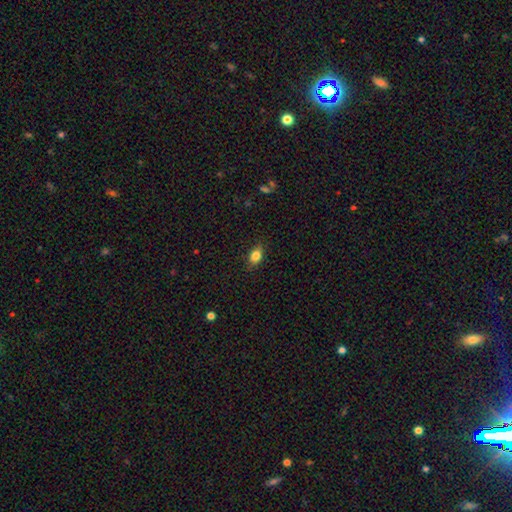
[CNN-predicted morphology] Smooth or featured?
  - smooth: 83% *
  - star or artifact: 10%
  - featured or disk: 8%
How rounded?
  - in between: 69% *
  - round: 29%
  - cigar-shaped: 3%
Merging?
  - none: 83% *
  - minor disturbance: 13%
  - major disturbance: 3%
  - merger: 1%